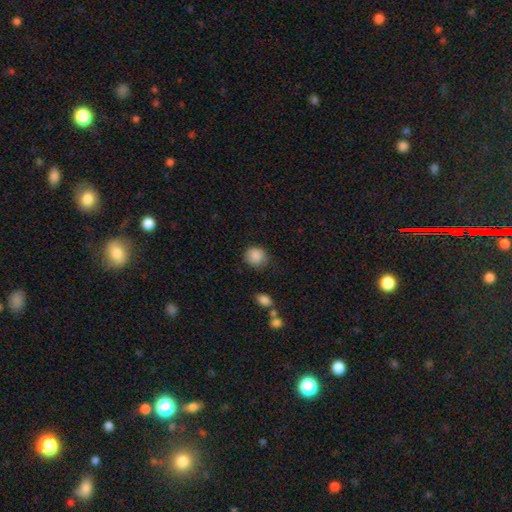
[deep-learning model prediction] Q: Smooth or featured?
A: smooth (87%); runner-up: star or artifact (8%)
Q: How rounded?
A: round (81%); runner-up: in between (18%)
Q: Merging?
A: none (74%); runner-up: minor disturbance (19%)